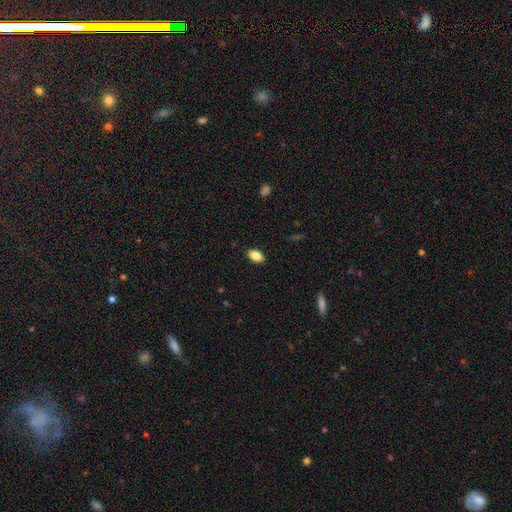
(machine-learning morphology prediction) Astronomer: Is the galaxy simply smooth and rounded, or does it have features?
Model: smooth — 83%.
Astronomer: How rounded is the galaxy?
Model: in between — 91%.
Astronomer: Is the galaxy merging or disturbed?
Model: none — 88%.